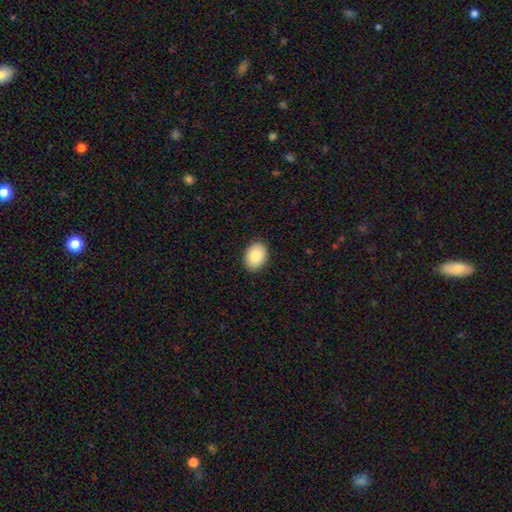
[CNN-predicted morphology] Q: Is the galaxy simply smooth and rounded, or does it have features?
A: smooth — 85%.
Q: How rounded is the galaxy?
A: in between — 73%.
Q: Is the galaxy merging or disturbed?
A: none — 90%.